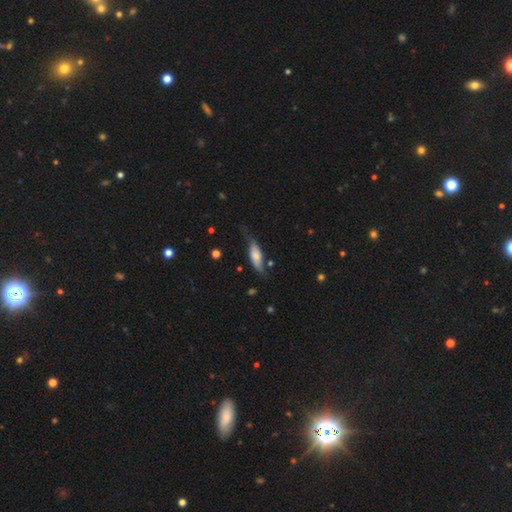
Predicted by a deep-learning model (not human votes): This is likely a smooth galaxy (61%). How rounded: possibly in between (56%). Merging: possibly none (54%).